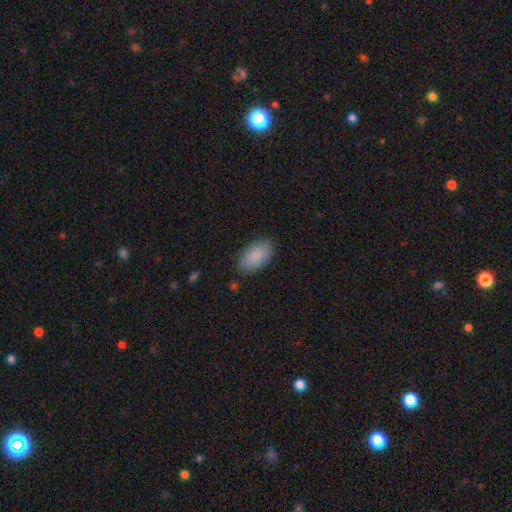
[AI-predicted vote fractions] Smooth or featured?
  - smooth: 89% *
  - star or artifact: 6%
  - featured or disk: 5%
How rounded?
  - in between: 95% *
  - round: 3%
  - cigar-shaped: 2%
Merging?
  - none: 85% *
  - minor disturbance: 11%
  - major disturbance: 3%
  - merger: 1%